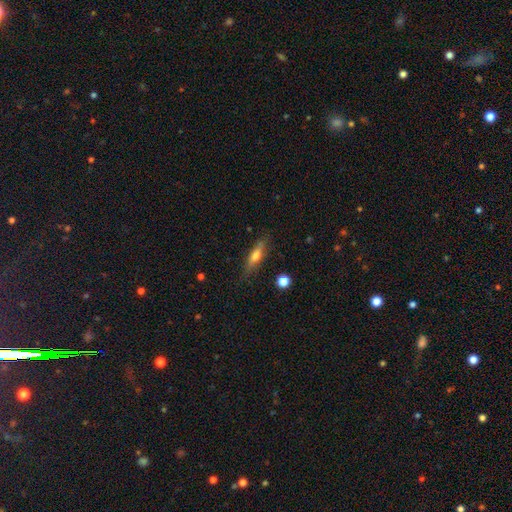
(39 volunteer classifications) smooth_or_featured: featured or disk (p=0.54) [alt: smooth p=0.41]
disk_edge_on: yes (p=0.81) [alt: no p=0.19]
edge_on_bulge: rounded (p=0.76) [alt: boxy p=0.18]
merging: none (p=0.76) [alt: minor disturbance p=0.14]